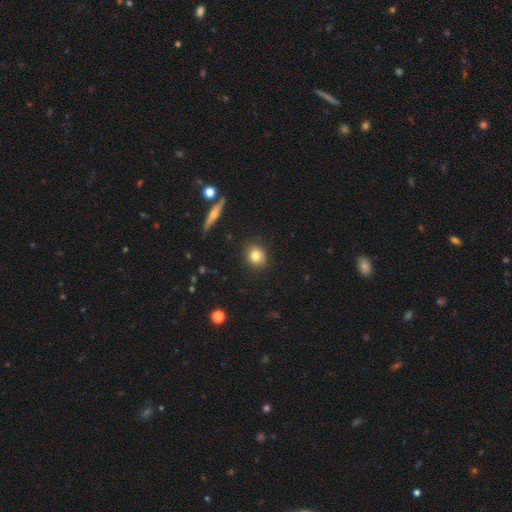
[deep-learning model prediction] Overall: smooth (79%). How rounded: round (72%). Merging: none (88%).